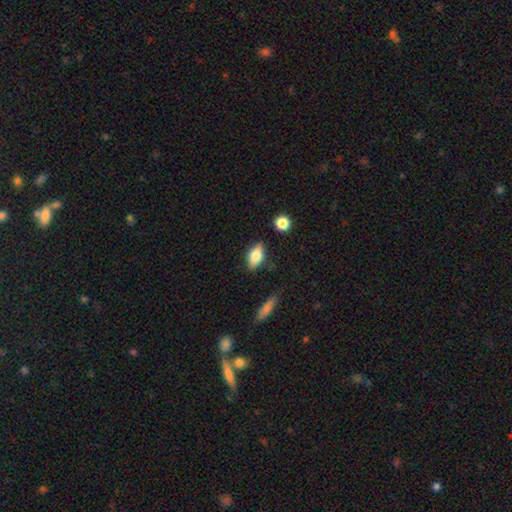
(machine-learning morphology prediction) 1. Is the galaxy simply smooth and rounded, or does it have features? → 67% smooth, 25% featured or disk, 8% star or artifact.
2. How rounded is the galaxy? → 82% in between, 11% cigar-shaped, 6% round.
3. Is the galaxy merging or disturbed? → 81% none, 13% minor disturbance, 3% major disturbance, 3% merger.